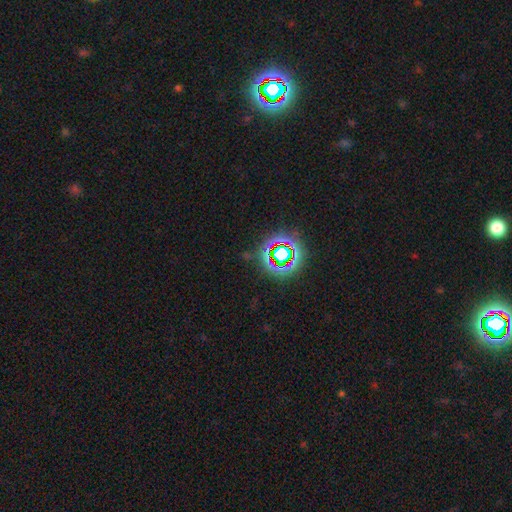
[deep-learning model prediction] Smooth or featured? Predicted: star or artifact (p=0.73).